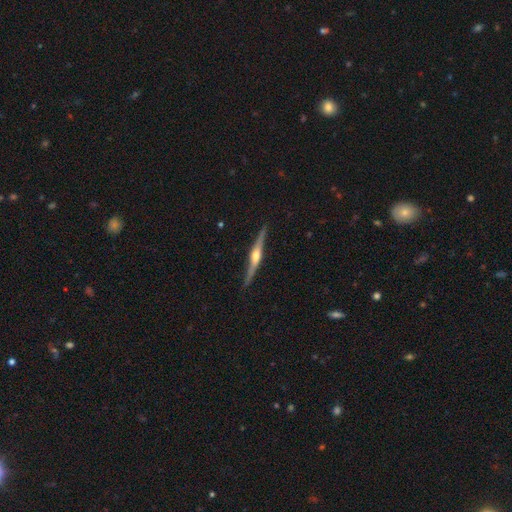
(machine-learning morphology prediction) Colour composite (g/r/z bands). It shows a featured or disk galaxy (78%) viewed edge-on (98%) with a rounded central bulge (88%). Merging: none (87%).